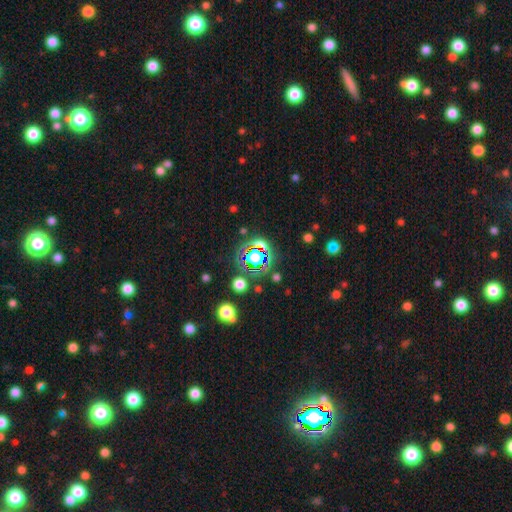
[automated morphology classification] Smooth or featured: star or artifact — 54% (smooth — 34%)